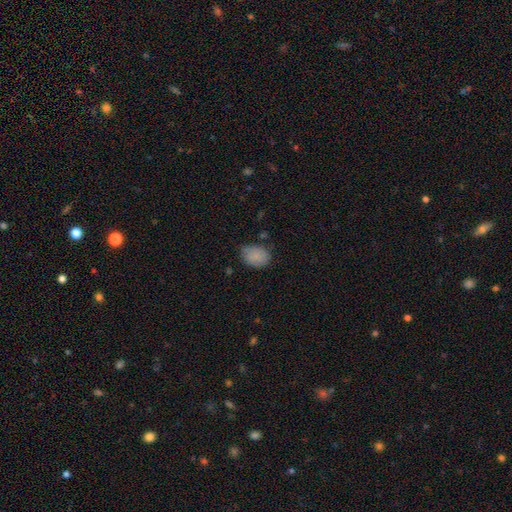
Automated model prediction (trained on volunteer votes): Overall: smooth (84%). How rounded: in between (66%; round 33%). Merging: none (68%).